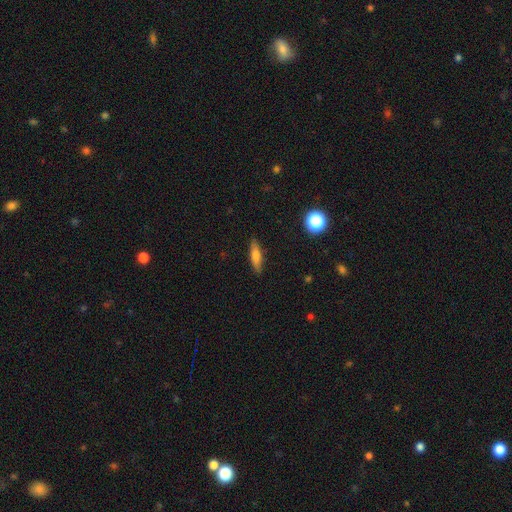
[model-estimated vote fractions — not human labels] A smooth galaxy with no disk features (66%) that is cigar-shaped (70%).

Vote fractions:
- Smooth or featured? smooth: 66% / featured or disk: 25% / star or artifact: 8%
- How rounded? cigar-shaped: 70% / in between: 27% / round: 3%
- Merging? none: 88% / minor disturbance: 9% / major disturbance: 2% / merger: 1%